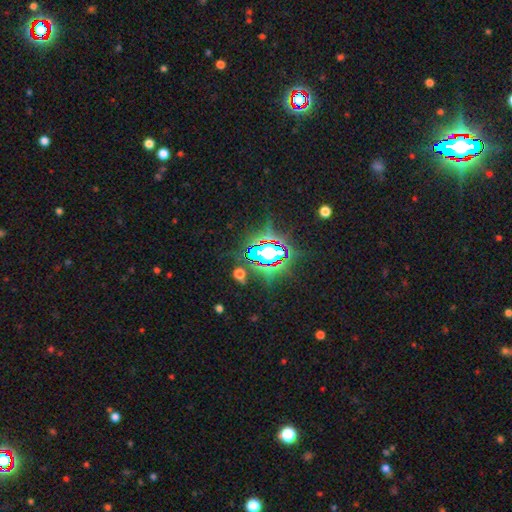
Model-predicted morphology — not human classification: star or artifact 83%, smooth 10%, featured or disk 7%.